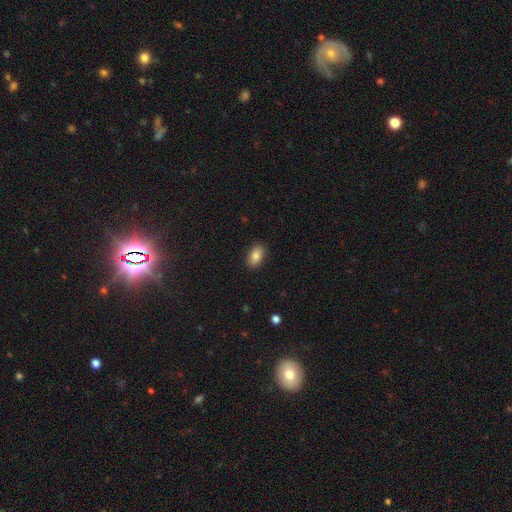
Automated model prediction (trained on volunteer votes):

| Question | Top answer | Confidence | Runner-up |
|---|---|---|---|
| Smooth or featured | smooth | 85% | star or artifact (8%) |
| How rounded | in between | 91% | round (7%) |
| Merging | none | 89% | minor disturbance (8%) |